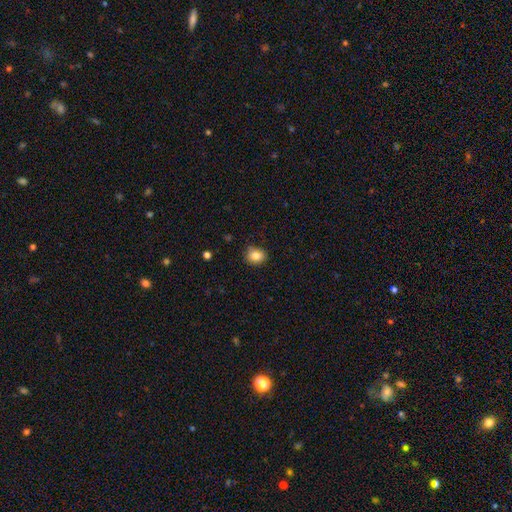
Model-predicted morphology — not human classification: The model was most divided on "how rounded": round: 65%, in between: 34%, cigar-shaped: 1%. More confident: smooth or featured — smooth (84%); merging — none (84%).